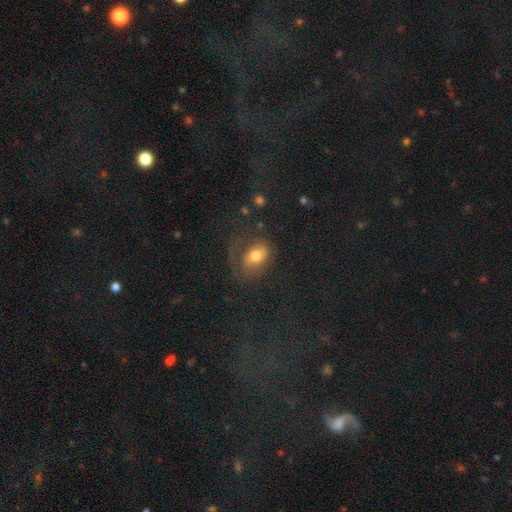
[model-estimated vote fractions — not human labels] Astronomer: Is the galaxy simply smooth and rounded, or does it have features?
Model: smooth — 61%.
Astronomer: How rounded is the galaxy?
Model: in between — 74%.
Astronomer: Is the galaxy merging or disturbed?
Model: none — 46% (runner-up: major disturbance, 29%).